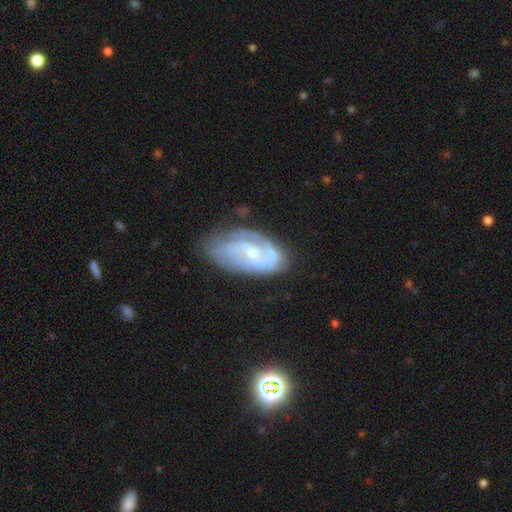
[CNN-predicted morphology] Smooth or featured: featured or disk — 79% (smooth — 13%)
Edge-on disk: no — 95% (yes — 5%)
Bar: no — 56% (weak — 36%)
Spiral arms: yes — 91% (no — 9%)
Spiral winding: tight — 46% (medium — 41%)
Spiral arm count: 2 — 48% (can't tell — 26%)
Bulge size: small — 65% (moderate — 31%)
Merging: none — 64% (minor disturbance — 25%)